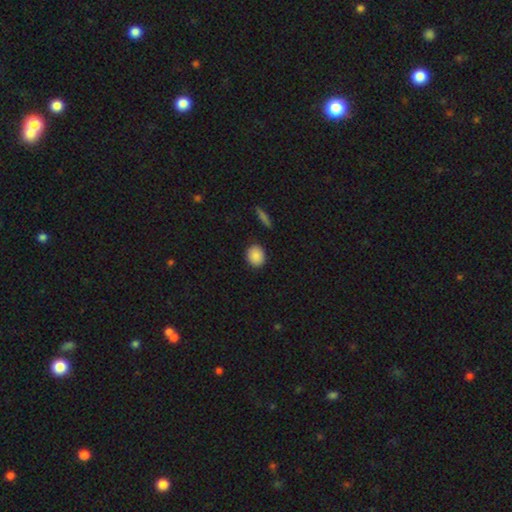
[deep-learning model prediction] Smooth or featured? smooth (88%)
How rounded? round (71%)
Merging? none (89%)